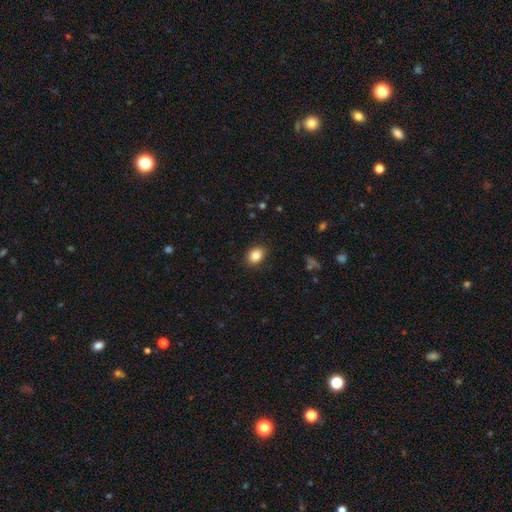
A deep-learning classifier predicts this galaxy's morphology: Q: Smooth or featured?
A: smooth (86%); runner-up: star or artifact (9%)
Q: How rounded?
A: in between (68%); runner-up: round (31%)
Q: Merging?
A: none (88%); runner-up: minor disturbance (9%)